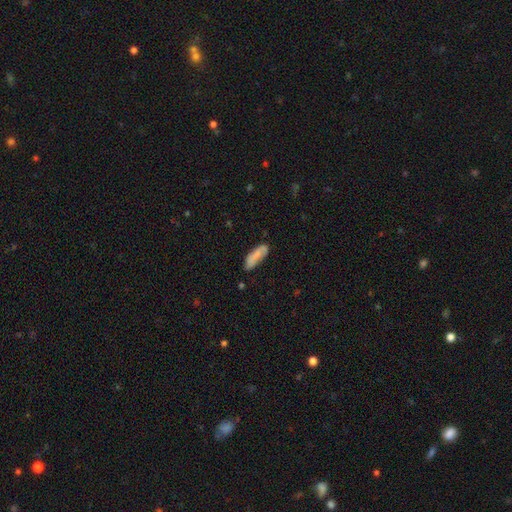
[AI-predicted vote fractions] smooth 76%, featured or disk 17%, star or artifact 7%. Down the decision tree: how rounded — in between (55%); merging — none (63%).